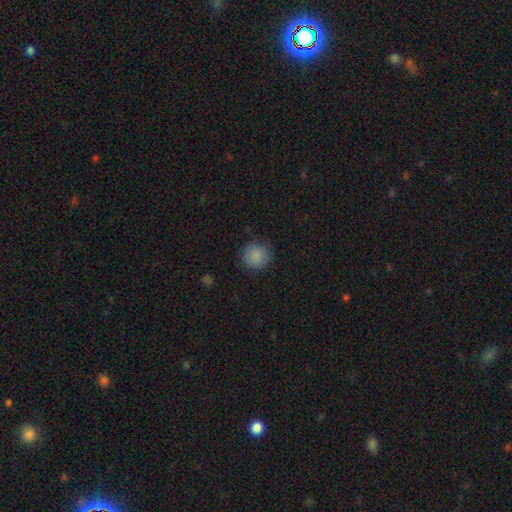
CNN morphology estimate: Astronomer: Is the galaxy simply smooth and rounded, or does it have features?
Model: smooth — 87%.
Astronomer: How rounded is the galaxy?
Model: round — 91%.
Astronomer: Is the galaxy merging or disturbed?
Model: none — 88%.